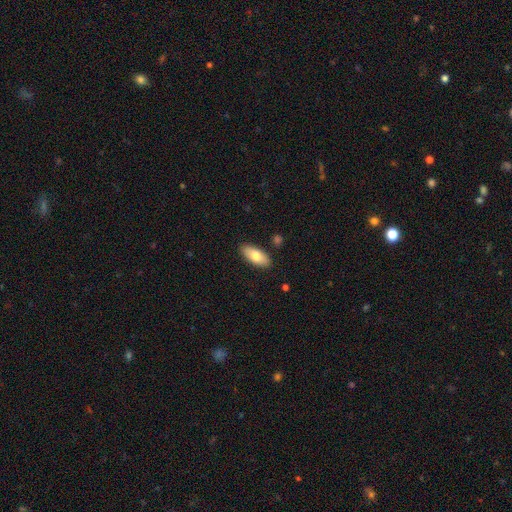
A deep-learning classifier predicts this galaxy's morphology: Smooth or featured? Predicted: smooth (p=0.78). How rounded? Predicted: in between (p=0.88). Merging? Predicted: none (p=0.87).